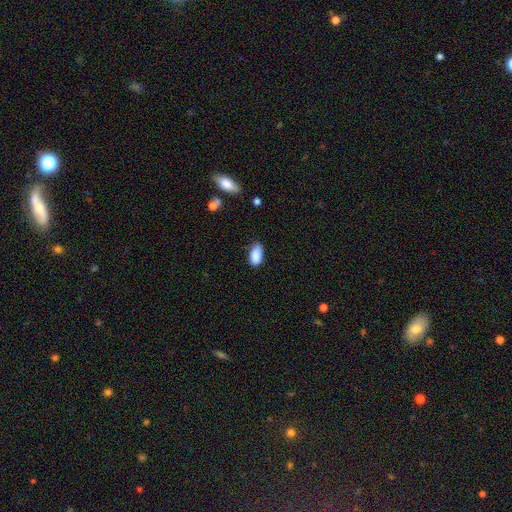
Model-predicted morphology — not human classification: Smooth or featured?
  - smooth: 87% *
  - star or artifact: 8%
  - featured or disk: 5%
How rounded?
  - in between: 92% *
  - cigar-shaped: 4%
  - round: 4%
Merging?
  - none: 59% *
  - minor disturbance: 32%
  - major disturbance: 6%
  - merger: 2%